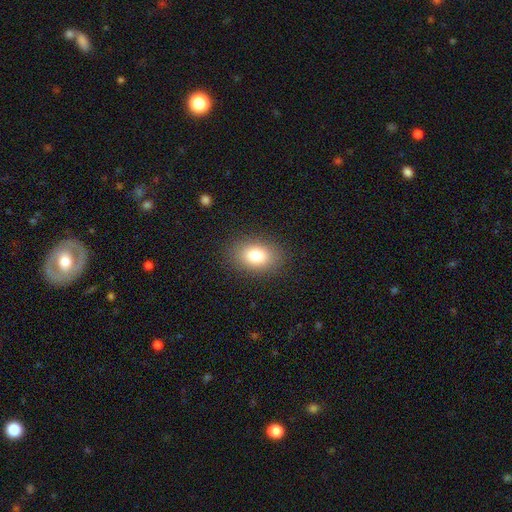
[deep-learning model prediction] Morphology: type=smooth (82%); roundness=in between (82%); merging=none (87%).